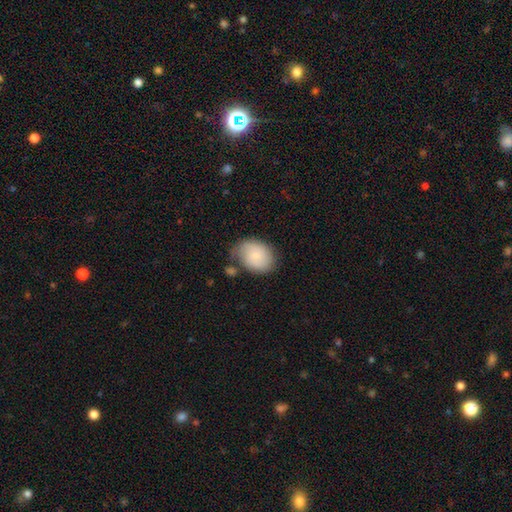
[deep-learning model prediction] smooth 73%, featured or disk 20%, star or artifact 7%. Down the decision tree: how rounded — in between (63%); merging — none (61%).